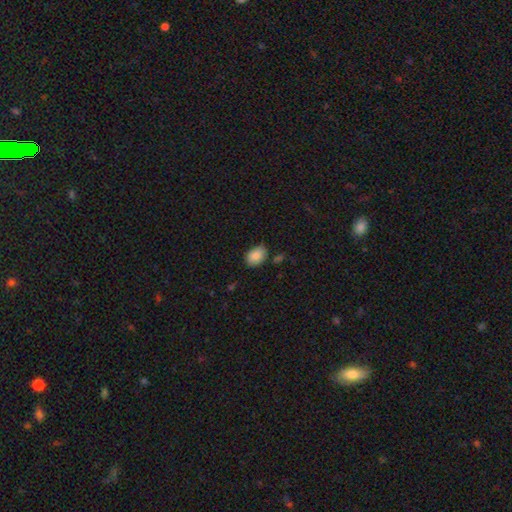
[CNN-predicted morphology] type=smooth (84%); roundness=in between (85%); merging=none (78%).